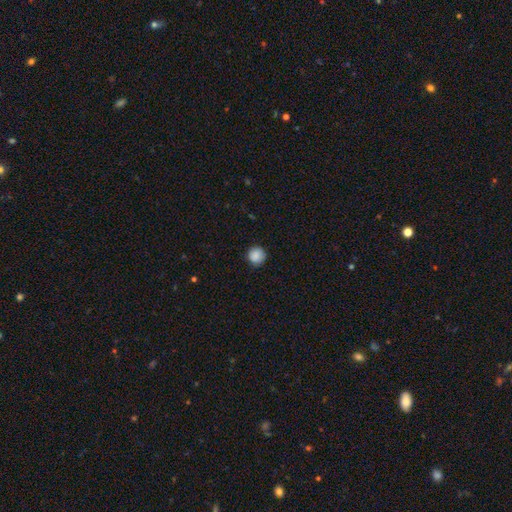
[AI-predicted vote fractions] Morphology: type=smooth (88%); roundness=round (93%); merging=none (86%).